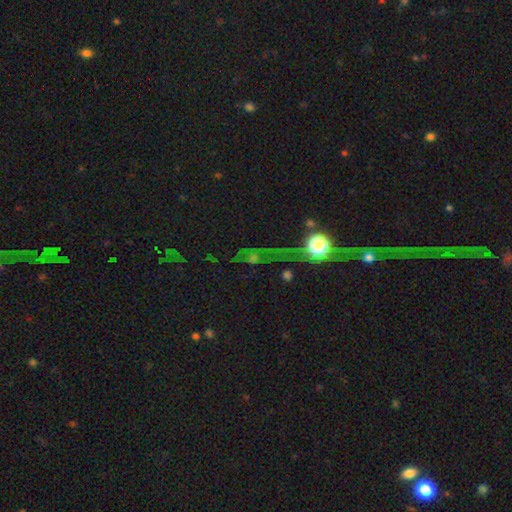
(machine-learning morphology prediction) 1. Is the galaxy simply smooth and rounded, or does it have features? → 62% star or artifact, 19% smooth, 19% featured or disk.